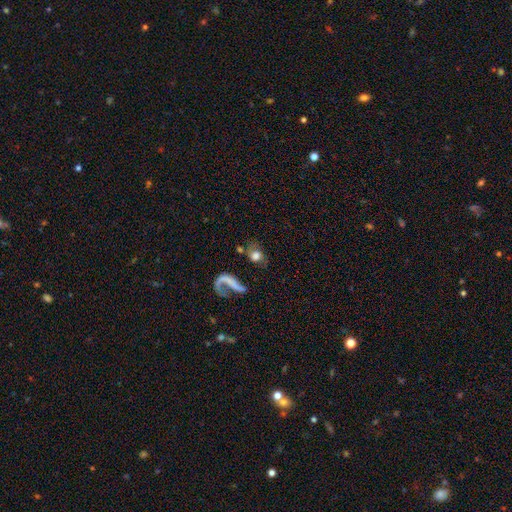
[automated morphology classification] smooth_or_featured: smooth (p=0.56) [alt: featured or disk p=0.33]
how_rounded: round (p=0.50) [alt: in between p=0.46]
merging: none (p=0.44) [alt: major disturbance p=0.26]